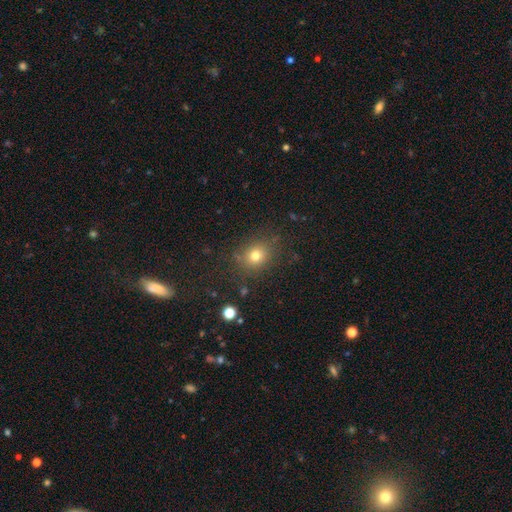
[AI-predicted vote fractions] This appears to be a smooth galaxy with no disk features (76%) that is round (65%). Merging: none (82%).